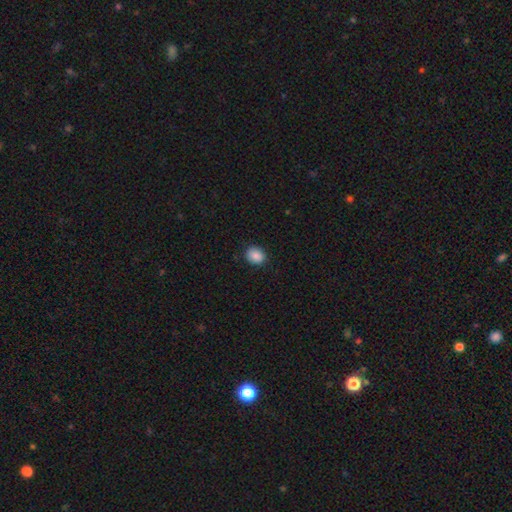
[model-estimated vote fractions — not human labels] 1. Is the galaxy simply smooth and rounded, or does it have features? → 88% smooth, 8% star or artifact, 3% featured or disk.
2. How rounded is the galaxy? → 59% round, 40% in between, 1% cigar-shaped.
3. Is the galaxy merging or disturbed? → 88% none, 9% minor disturbance, 2% major disturbance, 1% merger.